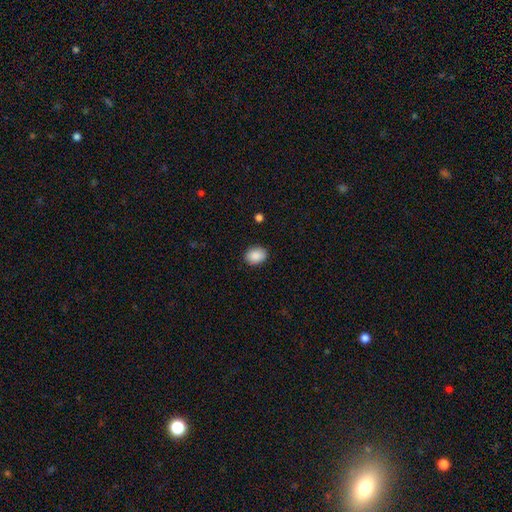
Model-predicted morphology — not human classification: A smooth galaxy with no disk features (89%) that is in between round and cigar-shaped (60%). Merging: none (89%).